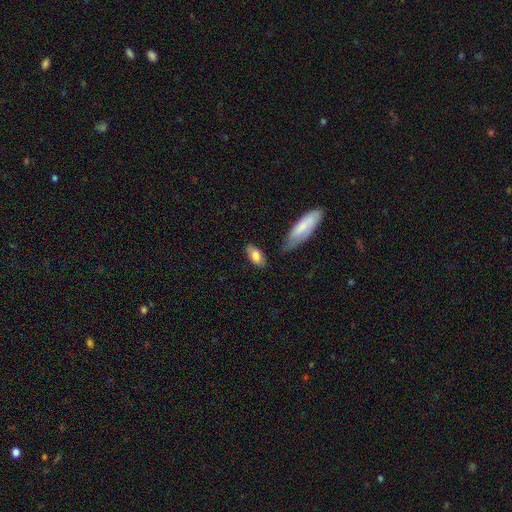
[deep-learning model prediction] Smooth or featured? Predicted: smooth (p=0.79). How rounded? Predicted: in between (p=0.88). Merging? Predicted: none (p=0.70).